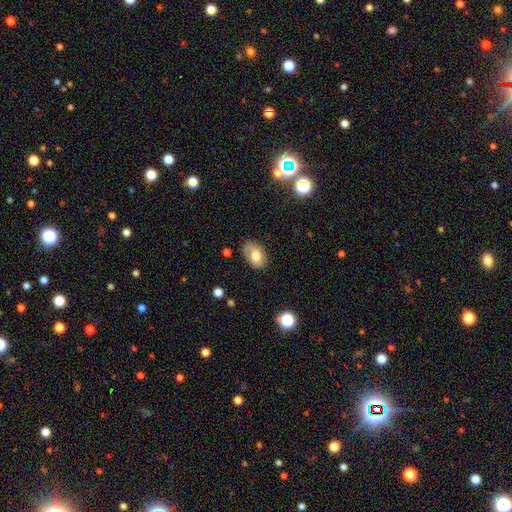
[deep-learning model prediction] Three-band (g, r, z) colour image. It shows a smooth galaxy with no disk features (63%) that is in between round and cigar-shaped (86%). Merging: none (74%).